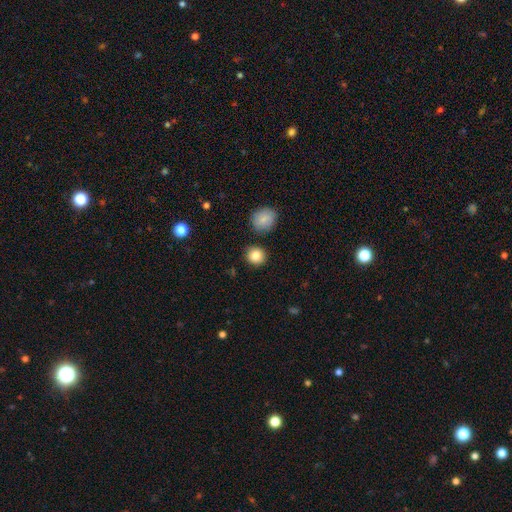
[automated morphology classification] This appears to be a smooth galaxy with no disk features (85%) that is round (86%). Merging: none (86%).